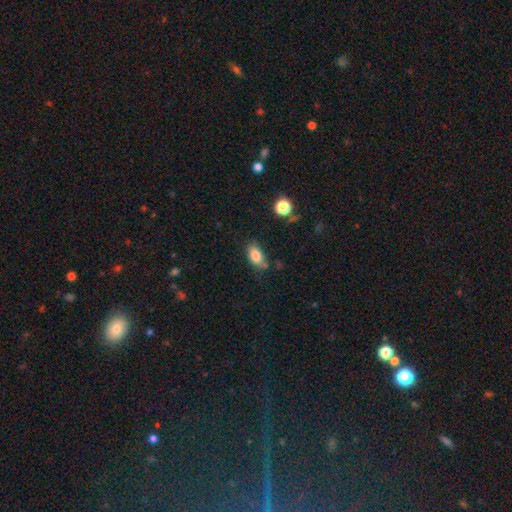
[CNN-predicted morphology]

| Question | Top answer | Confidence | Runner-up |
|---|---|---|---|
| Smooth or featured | smooth | 82% | featured or disk (9%) |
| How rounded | in between | 88% | round (8%) |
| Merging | none | 67% | minor disturbance (21%) |